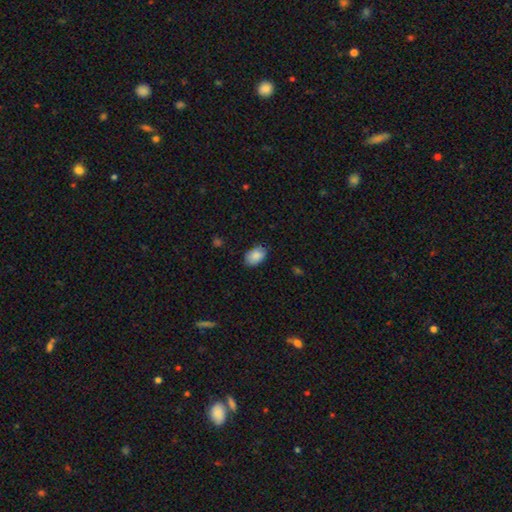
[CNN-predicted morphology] type=smooth (87%); roundness=in between (85%); merging=none (80%).